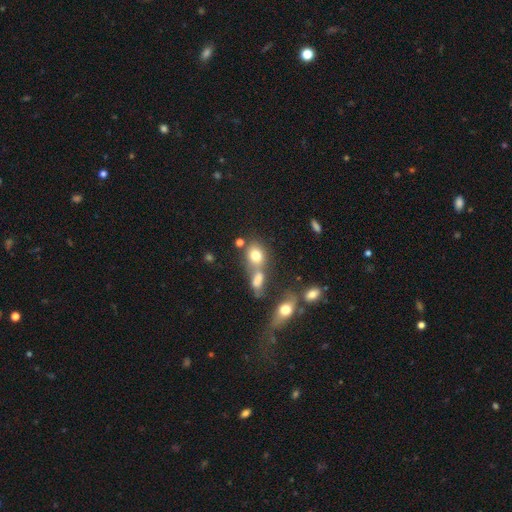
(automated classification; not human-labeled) A smooth galaxy with no disk features (76%) that is round (52%). Merging: none (43%).